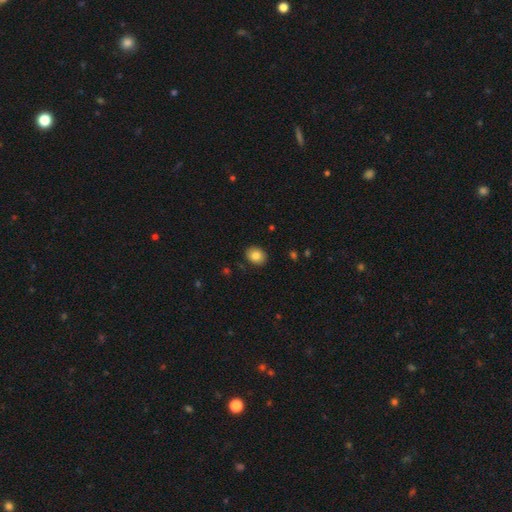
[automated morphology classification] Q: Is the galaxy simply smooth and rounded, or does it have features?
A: smooth — 83%.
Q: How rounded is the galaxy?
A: round — 57%.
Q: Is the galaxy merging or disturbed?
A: none — 87%.